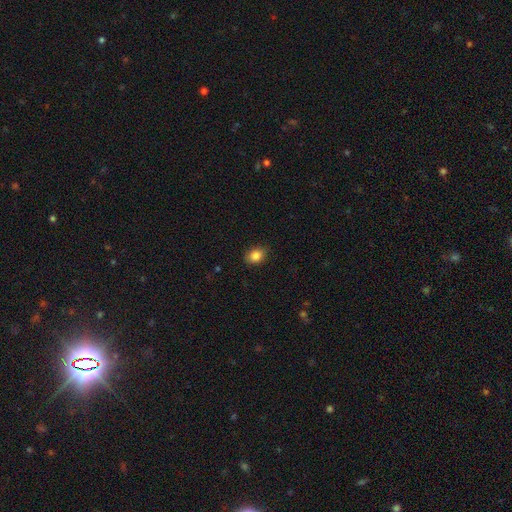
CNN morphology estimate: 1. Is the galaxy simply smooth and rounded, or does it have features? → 86% smooth, 9% star or artifact, 5% featured or disk.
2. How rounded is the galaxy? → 64% in between, 35% round, 1% cigar-shaped.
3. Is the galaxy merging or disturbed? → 87% none, 10% minor disturbance, 2% major disturbance, 1% merger.